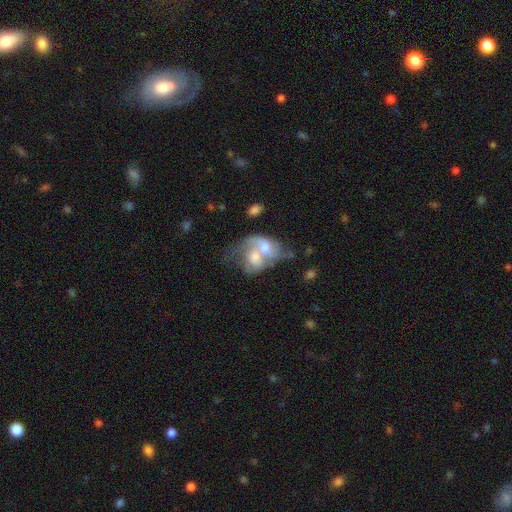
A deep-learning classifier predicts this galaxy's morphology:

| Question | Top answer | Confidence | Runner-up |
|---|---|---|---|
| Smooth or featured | featured or disk | 57% | smooth (34%) |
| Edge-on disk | no | 96% | yes (4%) |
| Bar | no | 70% | weak (24%) |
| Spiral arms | yes | 61% | no (39%) |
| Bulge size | moderate | 57% | small (19%) |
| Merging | merger | 78% | none (9%) |